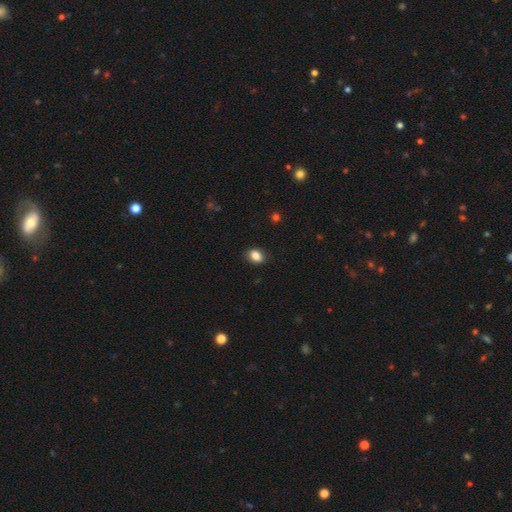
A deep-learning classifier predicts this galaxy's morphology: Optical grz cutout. It shows a smooth galaxy with no disk features (86%) that is in between round and cigar-shaped (73%). Merging: none (85%).